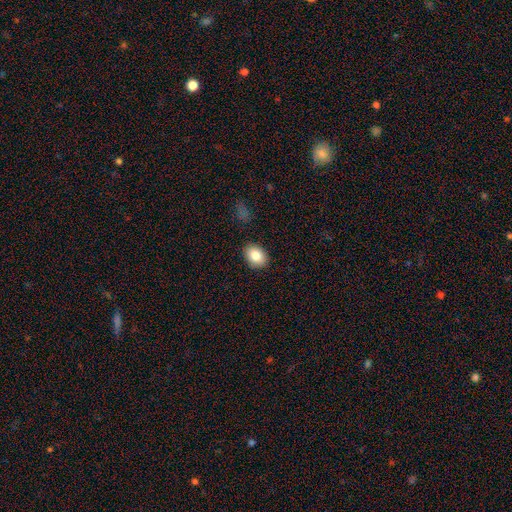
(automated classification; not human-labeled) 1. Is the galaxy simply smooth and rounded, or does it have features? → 84% smooth, 8% featured or disk, 8% star or artifact.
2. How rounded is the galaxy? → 69% in between, 30% round, 1% cigar-shaped.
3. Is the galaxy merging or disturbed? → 89% none, 8% minor disturbance, 2% major disturbance, 1% merger.